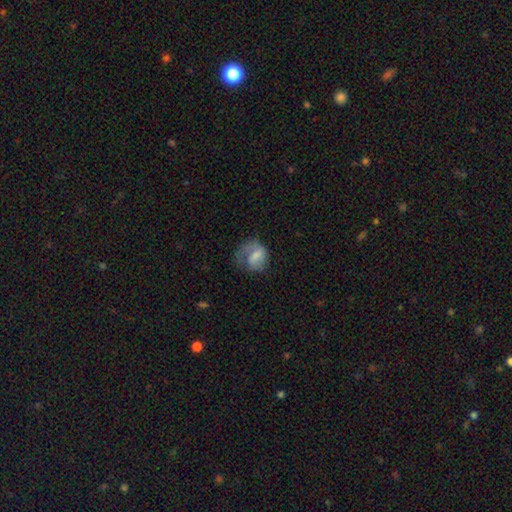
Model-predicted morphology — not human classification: A smooth galaxy with no disk features (56%) that is round (56%). Merging: none (38%).